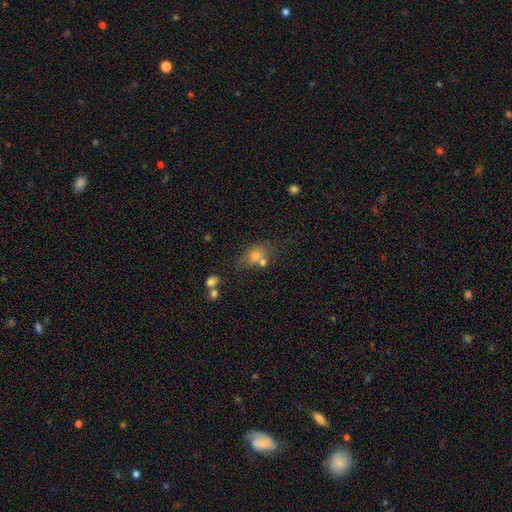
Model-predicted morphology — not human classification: Q: Smooth or featured?
A: smooth (67%); runner-up: featured or disk (17%)
Q: How rounded?
A: in between (61%); runner-up: round (36%)
Q: Merging?
A: none (50%); runner-up: merger (27%)